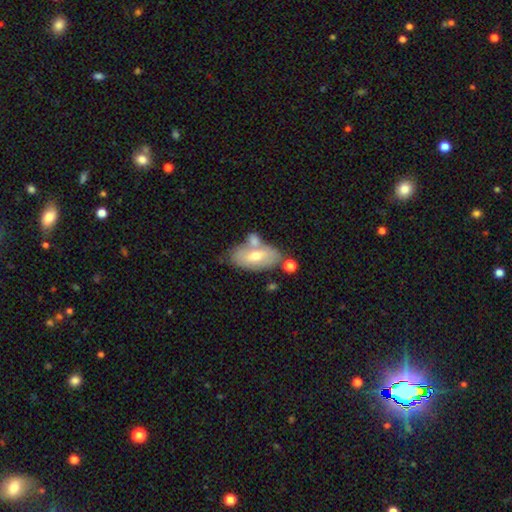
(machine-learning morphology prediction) A smooth galaxy with no disk features (49%). Merging: none (49%).